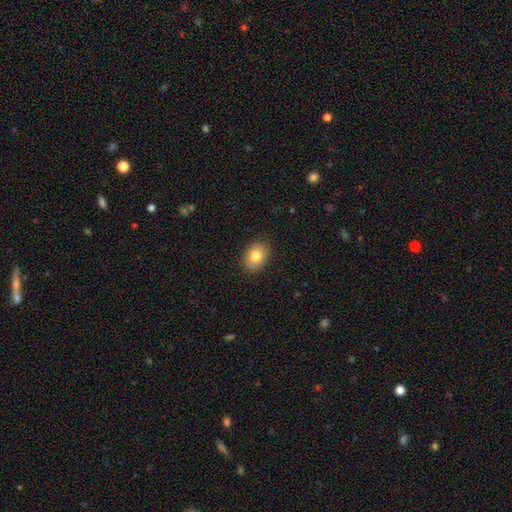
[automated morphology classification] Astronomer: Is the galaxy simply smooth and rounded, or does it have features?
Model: smooth — 82%.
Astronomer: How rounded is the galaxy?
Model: in between — 65%.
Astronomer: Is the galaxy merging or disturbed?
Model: none — 88%.